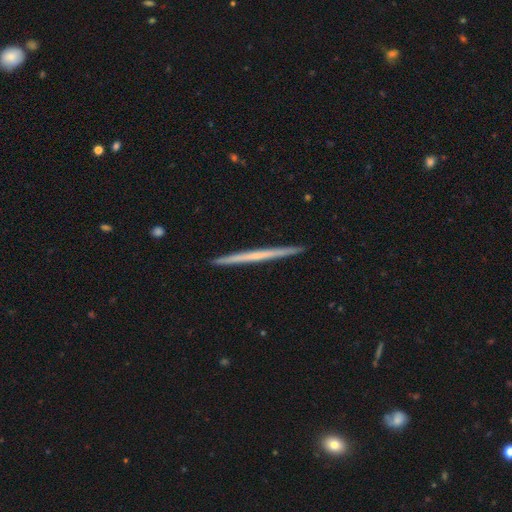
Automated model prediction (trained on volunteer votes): The model was most divided on "smooth or featured": featured or disk: 57%, smooth: 37%, star or artifact: 5%. More confident: edge-on disk — yes (98%); merging — none (93%); edge-on bulge — none (86%).